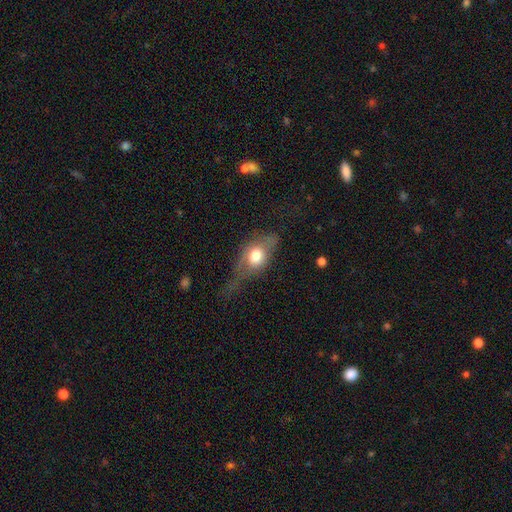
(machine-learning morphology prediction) This is likely a smooth galaxy (62%). How rounded: likely in between (66%). Merging: marginally major disturbance (39%).